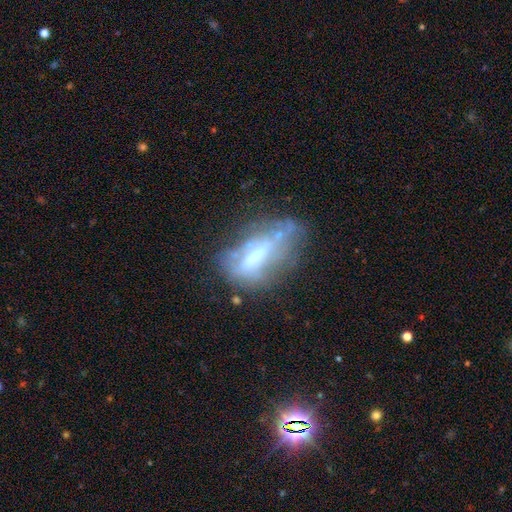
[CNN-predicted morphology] Q: Smooth or featured?
A: featured or disk (56%); runner-up: smooth (32%)
Q: Edge-on disk?
A: no (78%); runner-up: yes (22%)
Q: Merging?
A: none (38%); runner-up: major disturbance (26%)